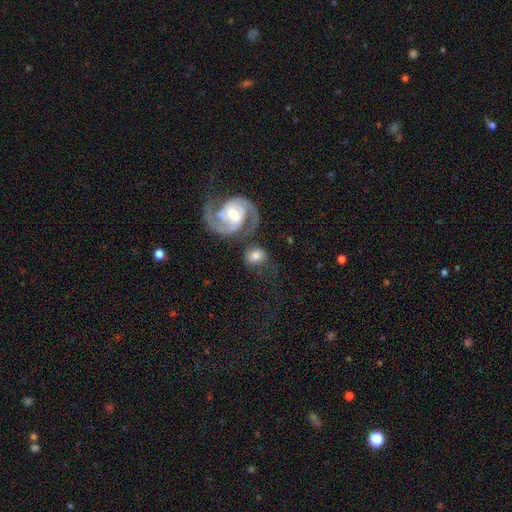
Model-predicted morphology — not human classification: A smooth galaxy with no disk features (51%) that is round (66%).

Vote fractions:
- Smooth or featured? smooth: 51% / featured or disk: 42% / star or artifact: 8%
- How rounded? round: 66% / in between: 33% / cigar-shaped: 2%
- Merging? none: 60% / merger: 19% / minor disturbance: 14% / major disturbance: 8%